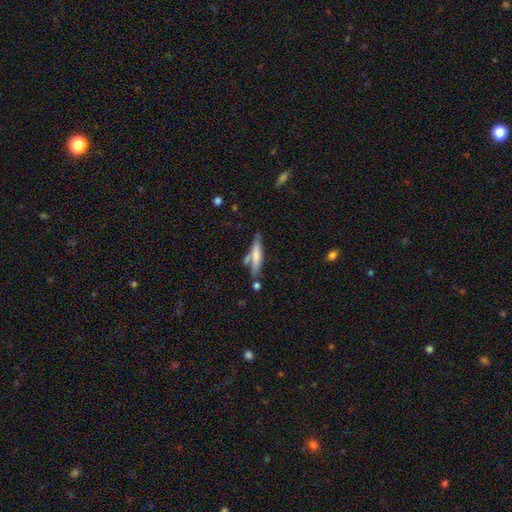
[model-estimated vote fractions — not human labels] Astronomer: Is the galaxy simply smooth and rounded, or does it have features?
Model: smooth — 58% (runner-up: featured or disk, 36%).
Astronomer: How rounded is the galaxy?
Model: cigar-shaped — 80%.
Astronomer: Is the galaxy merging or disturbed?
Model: none — 61%.